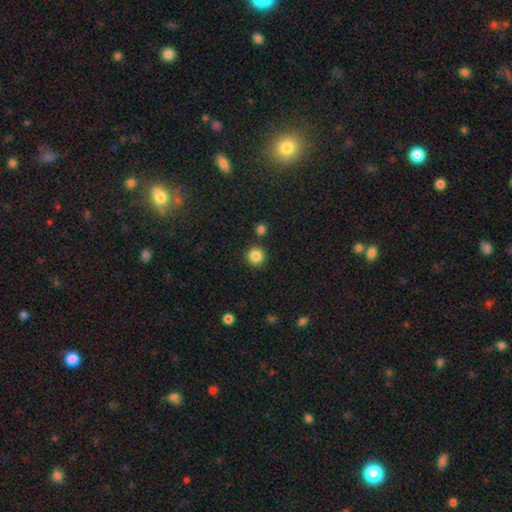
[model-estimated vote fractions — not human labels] Smooth or featured? smooth (86%)
How rounded? round (95%)
Merging? none (88%)